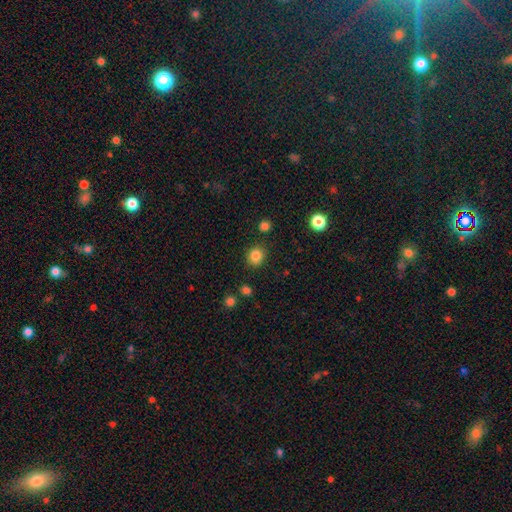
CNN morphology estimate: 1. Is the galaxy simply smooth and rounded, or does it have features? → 84% smooth, 11% star or artifact, 5% featured or disk.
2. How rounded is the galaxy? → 76% round, 23% in between, 1% cigar-shaped.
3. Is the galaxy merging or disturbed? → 86% none, 9% minor disturbance, 3% merger, 3% major disturbance.